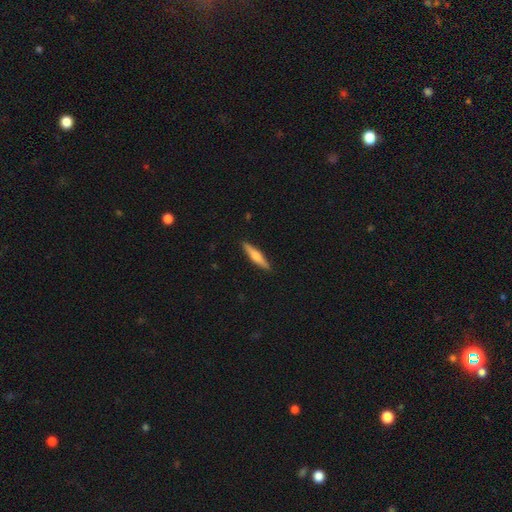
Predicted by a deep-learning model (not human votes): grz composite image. It shows a featured or disk galaxy (50%). Merging: none (91%).